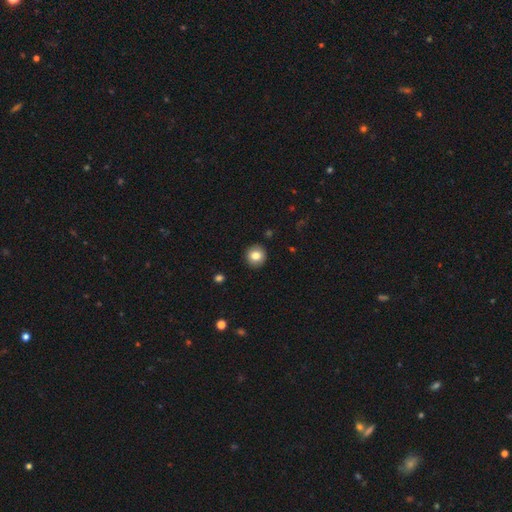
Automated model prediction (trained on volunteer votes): A smooth galaxy with no disk features (82%) that is round (91%). Merging: none (91%).